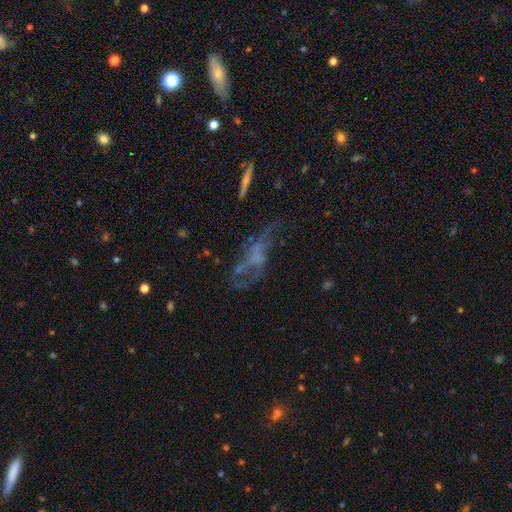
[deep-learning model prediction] The model was most divided on "merging": none: 38%, major disturbance: 37%, minor disturbance: 18%, merger: 7%. More confident: edge-on disk — no (89%); bar — no (75%); bulge size — none (71%); spiral arms — no (65%); smooth or featured — featured or disk (57%).